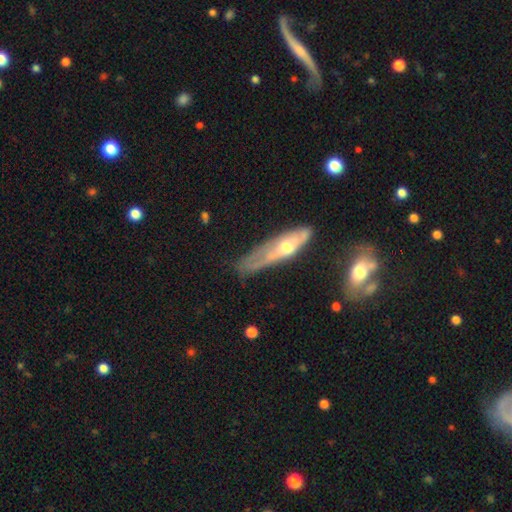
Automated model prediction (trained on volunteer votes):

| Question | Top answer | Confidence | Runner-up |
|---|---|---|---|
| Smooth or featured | featured or disk | 55% | smooth (36%) |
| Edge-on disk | yes | 57% | no (43%) |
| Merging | none | 44% | minor disturbance (30%) |